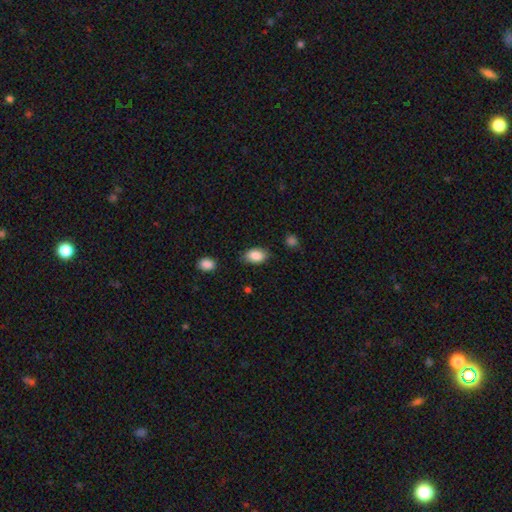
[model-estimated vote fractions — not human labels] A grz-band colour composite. It shows a smooth galaxy with no disk features (87%) that is in between round and cigar-shaped (88%). Merging: none (78%).